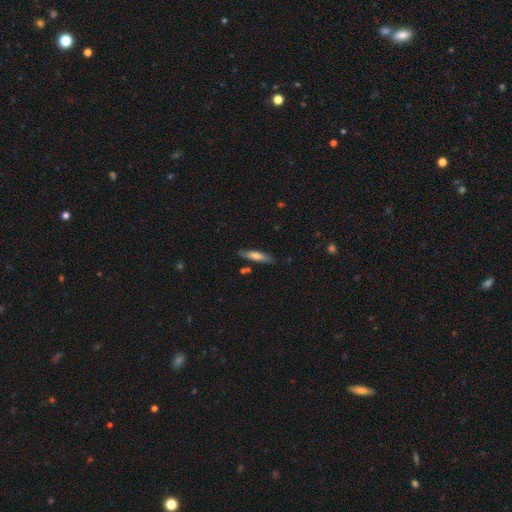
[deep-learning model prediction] A smooth galaxy with no disk features (64%) that is cigar-shaped (78%).

Vote fractions:
- Smooth or featured? smooth: 64% / featured or disk: 30% / star or artifact: 6%
- How rounded? cigar-shaped: 78% / in between: 20% / round: 2%
- Merging? none: 82% / minor disturbance: 13% / merger: 3% / major disturbance: 3%